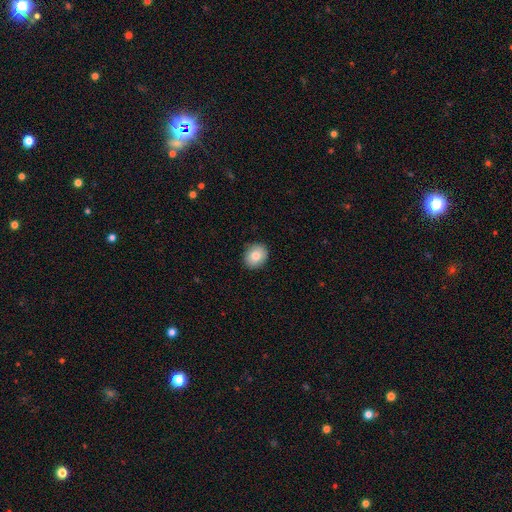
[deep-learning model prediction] A smooth galaxy with no disk features (82%) that is round (64%).

Vote fractions:
- Smooth or featured? smooth: 82% / featured or disk: 10% / star or artifact: 8%
- How rounded? round: 64% / in between: 36% / cigar-shaped: 1%
- Merging? none: 88% / minor disturbance: 9% / major disturbance: 2% / merger: 1%